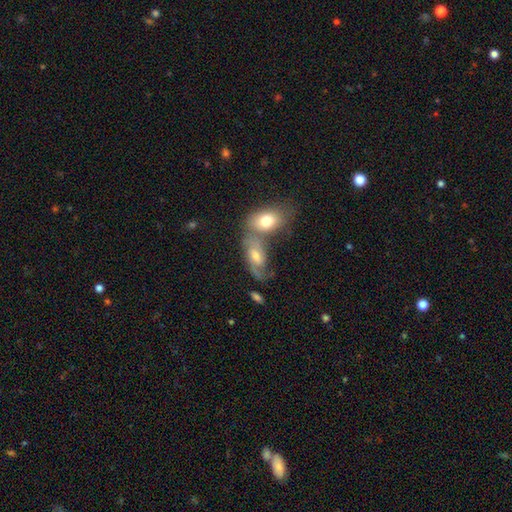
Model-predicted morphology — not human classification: A featured or disk galaxy (56%) with no bar (57%), spiral arms (80%) and a moderate central bulge (59%).

Vote fractions:
- Smooth or featured? featured or disk: 56% / smooth: 34% / star or artifact: 10%
- Edge-on disk? no: 93% / yes: 7%
- Bar? no: 57% / weak: 34% / strong: 9%
- Spiral arms? yes: 80% / no: 20%
- Bulge size? moderate: 59% / small: 29% / large: 8% / none: 3% / dominant: 2%
- Merging? merger: 45% / none: 33% / minor disturbance: 13% / major disturbance: 9%